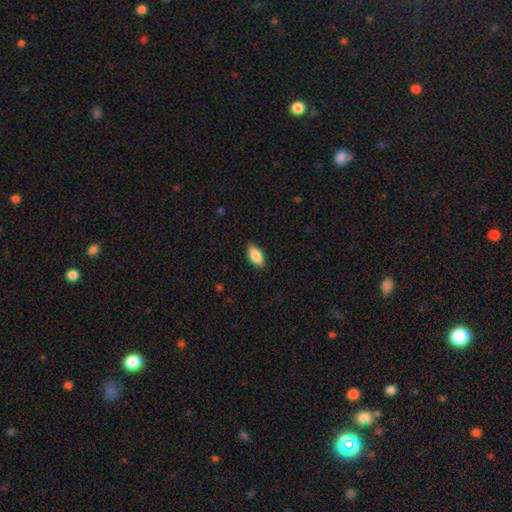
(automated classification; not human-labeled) smooth 85%, featured or disk 9%, star or artifact 7%. Down the decision tree: how rounded — in between (90%); merging — none (88%).